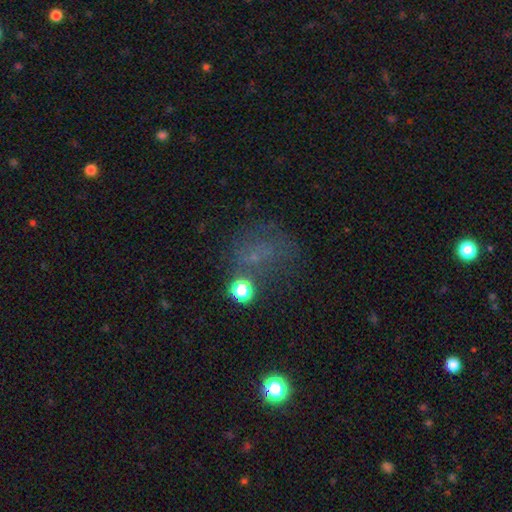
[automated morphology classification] smooth-or-featured: smooth: 41% | star or artifact: 35% | featured or disk: 24%
  merging: none: 48% | major disturbance: 25% | minor disturbance: 21% | merger: 7%